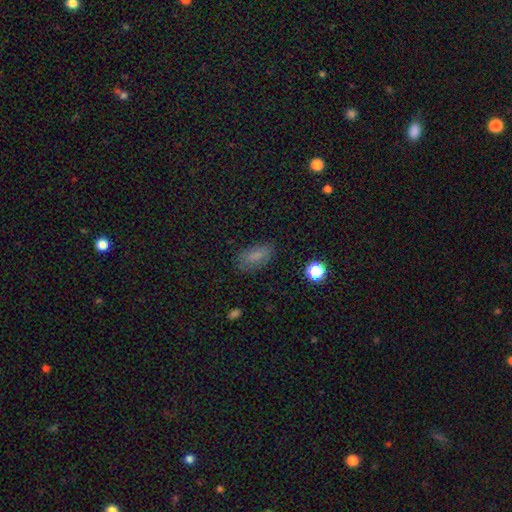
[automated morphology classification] type=smooth (78%); roundness=in between (87%); merging=none (78%).